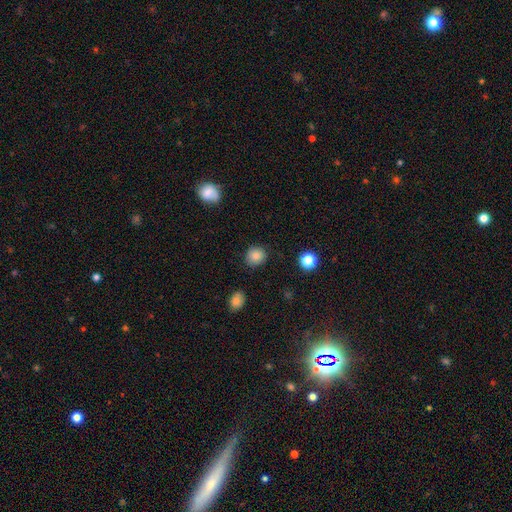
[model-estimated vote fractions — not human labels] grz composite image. It shows a smooth galaxy with no disk features (84%) that is round (84%). Merging: none (86%).